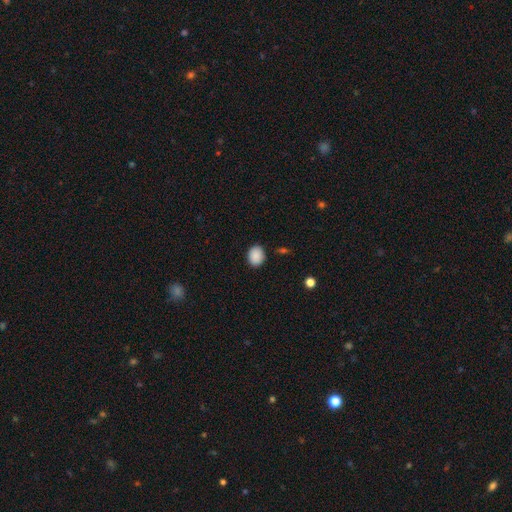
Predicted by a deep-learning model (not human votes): This appears to be a smooth galaxy with no disk features (90%) that is in between round and cigar-shaped (54%). Merging: none (87%).